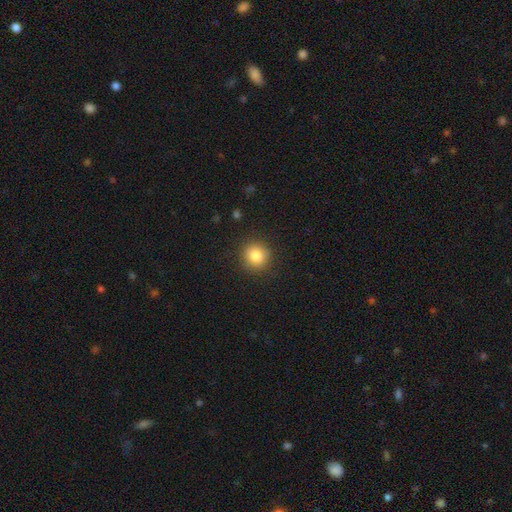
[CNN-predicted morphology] smooth_or_featured: smooth (p=0.84) [alt: star or artifact p=0.10]
how_rounded: round (p=0.88) [alt: in between p=0.11]
merging: none (p=0.89) [alt: minor disturbance p=0.07]